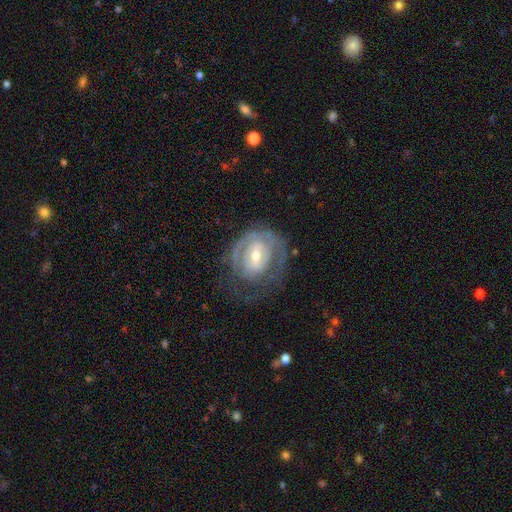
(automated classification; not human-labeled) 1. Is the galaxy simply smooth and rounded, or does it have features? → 77% featured or disk, 17% smooth, 6% star or artifact.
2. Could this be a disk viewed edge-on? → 96% no, 4% yes.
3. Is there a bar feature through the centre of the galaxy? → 48% weak, 31% no, 22% strong.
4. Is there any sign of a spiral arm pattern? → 73% yes, 27% no.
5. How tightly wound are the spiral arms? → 62% tight, 27% medium, 11% loose.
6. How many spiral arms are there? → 40% can't tell, 33% 2, 17% 1, 6% 3, 2% 4, 2% more than 4.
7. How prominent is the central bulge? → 54% moderate, 41% small, 4% large, 1% none, 1% dominant.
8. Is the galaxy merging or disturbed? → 54% none, 23% major disturbance, 21% minor disturbance, 2% merger.